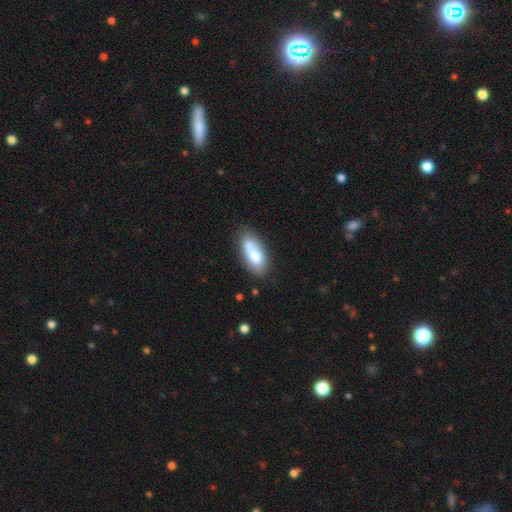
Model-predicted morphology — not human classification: smooth-or-featured: smooth: 73% | featured or disk: 20% | star or artifact: 7%
  how-rounded: in between: 82% | cigar-shaped: 15% | round: 3%
  merging: none: 57% | minor disturbance: 22% | merger: 14% | major disturbance: 7%